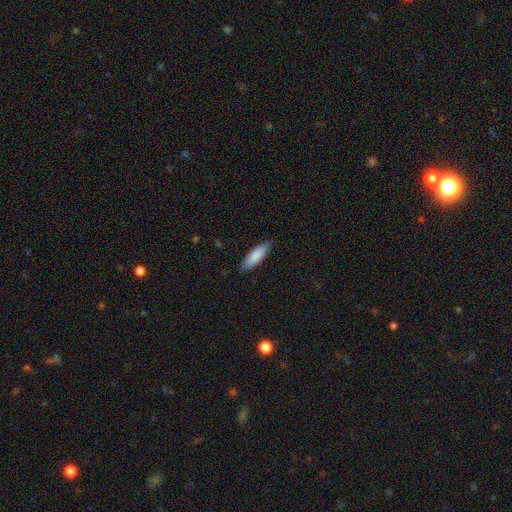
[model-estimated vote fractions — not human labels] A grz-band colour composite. It shows a smooth galaxy with no disk features (85%) that is cigar-shaped (53%). Merging: none (85%).